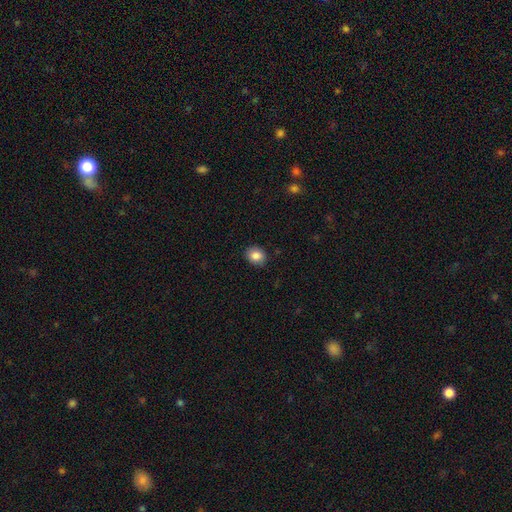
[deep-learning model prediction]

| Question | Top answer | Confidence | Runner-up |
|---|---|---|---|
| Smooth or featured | smooth | 86% | star or artifact (9%) |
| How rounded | round | 60% | in between (39%) |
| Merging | none | 88% | minor disturbance (9%) |